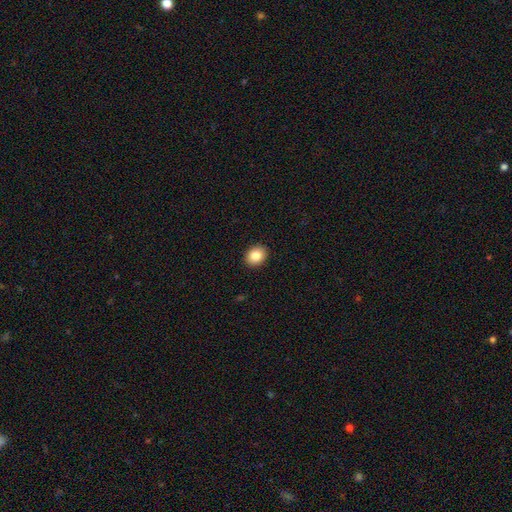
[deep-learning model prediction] A smooth galaxy with no disk features (84%) that is round (51%). Merging: none (92%).